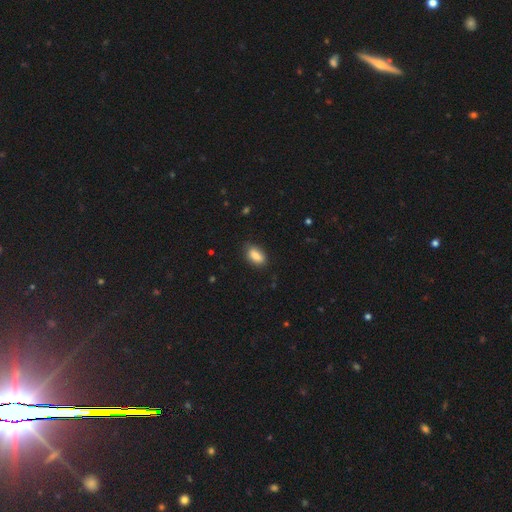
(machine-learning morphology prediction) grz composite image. It shows a smooth galaxy with no disk features (86%) that is in between round and cigar-shaped (89%). Merging: none (79%).